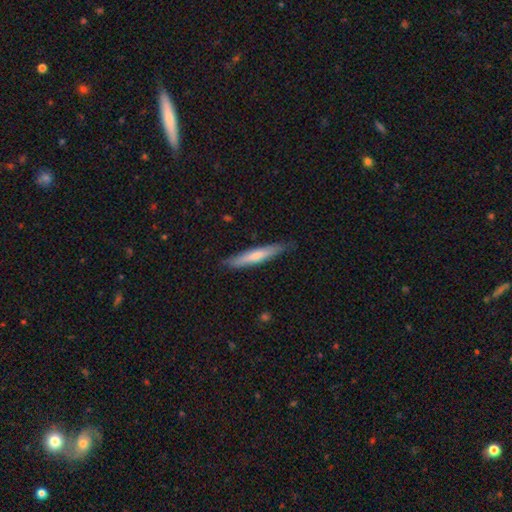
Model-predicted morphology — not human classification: This appears to be a smooth galaxy with no disk features (62%) that is cigar-shaped (92%). Merging: none (86%).